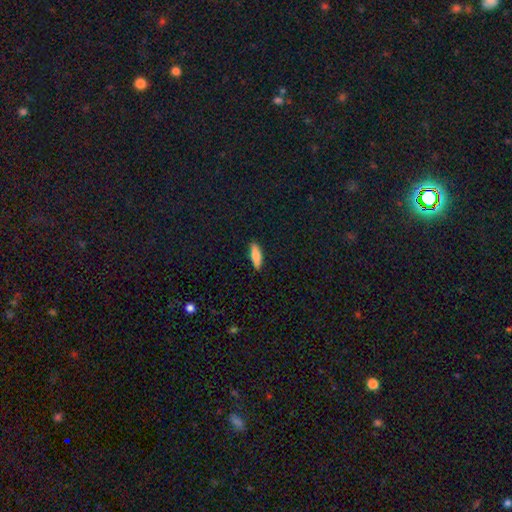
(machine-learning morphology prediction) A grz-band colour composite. It shows a smooth galaxy with no disk features (83%) that is in between round and cigar-shaped (55%). Merging: none (87%).